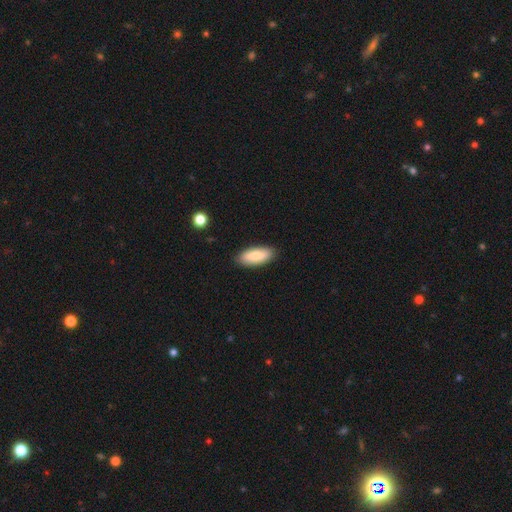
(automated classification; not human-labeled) Smooth or featured? smooth (83%)
How rounded? in between (79%)
Merging? none (87%)